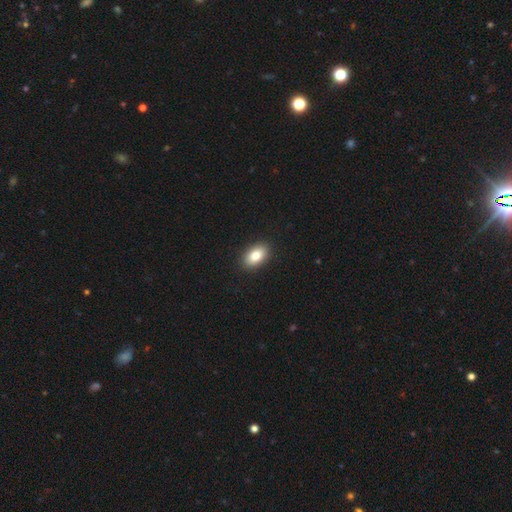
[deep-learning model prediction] Smooth or featured? smooth (83%)
How rounded? in between (91%)
Merging? none (91%)